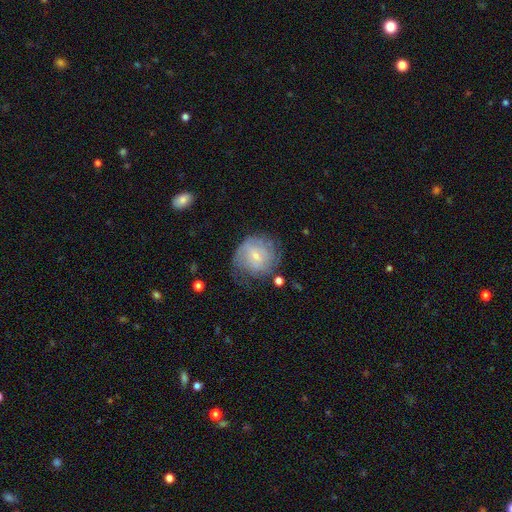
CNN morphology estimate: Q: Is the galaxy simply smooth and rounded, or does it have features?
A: featured or disk — 52%.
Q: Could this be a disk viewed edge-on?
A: no — 97%.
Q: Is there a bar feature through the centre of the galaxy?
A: no — 50%.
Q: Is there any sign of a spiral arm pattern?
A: yes — 72%.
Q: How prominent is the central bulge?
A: small — 72%.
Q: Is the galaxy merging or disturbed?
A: none — 55%.